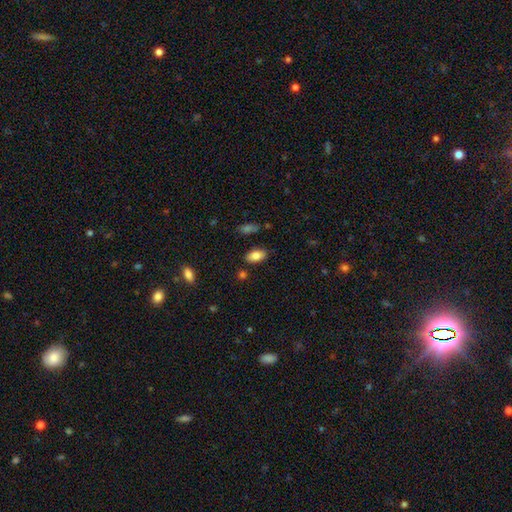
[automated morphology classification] Overall: smooth (81%). How rounded: in between (92%). Merging: none (83%).